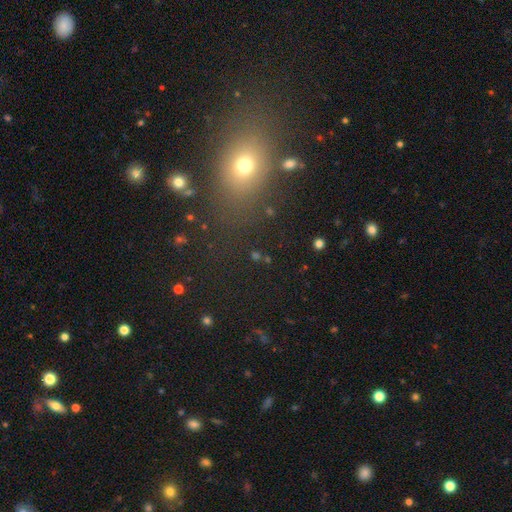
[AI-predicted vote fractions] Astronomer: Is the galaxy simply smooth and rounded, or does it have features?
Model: smooth — 52% (runner-up: star or artifact, 35%).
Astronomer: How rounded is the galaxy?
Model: round — 53% (runner-up: in between, 43%).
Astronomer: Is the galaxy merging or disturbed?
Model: none — 74%.